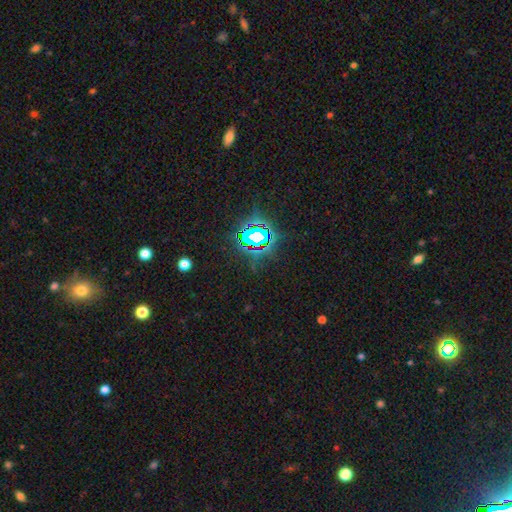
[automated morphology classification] A star or artifact, not a galaxy (81%).

Vote fractions:
- Smooth or featured? star or artifact: 81% / smooth: 12% / featured or disk: 7%